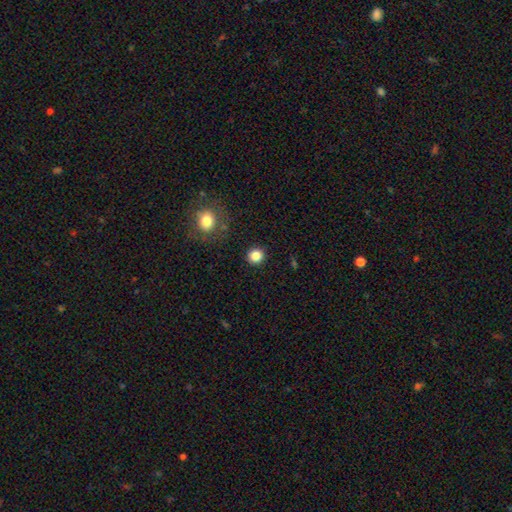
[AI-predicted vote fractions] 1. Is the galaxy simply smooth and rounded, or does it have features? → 83% smooth, 12% star or artifact, 5% featured or disk.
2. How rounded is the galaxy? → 94% round, 5% in between, 1% cigar-shaped.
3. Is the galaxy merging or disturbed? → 91% none, 5% minor disturbance, 2% major disturbance, 2% merger.